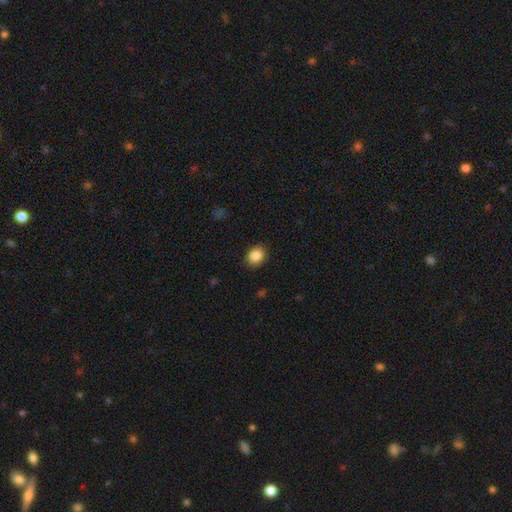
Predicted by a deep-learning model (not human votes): smooth 86%, star or artifact 9%, featured or disk 6%. Down the decision tree: how rounded — round (51%); merging — none (89%).